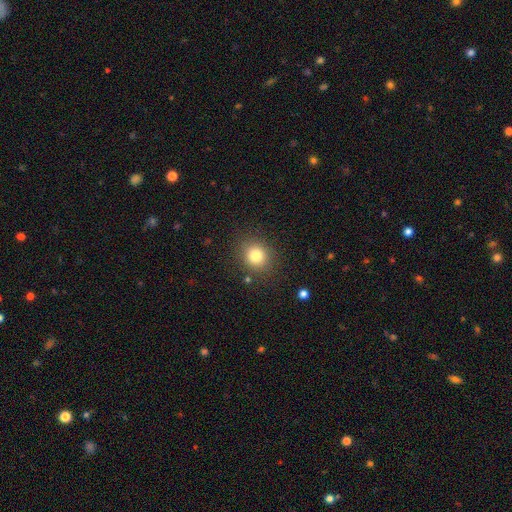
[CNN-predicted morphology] smooth 80%, star or artifact 12%, featured or disk 7%. Down the decision tree: how rounded — round (79%); merging — none (85%).